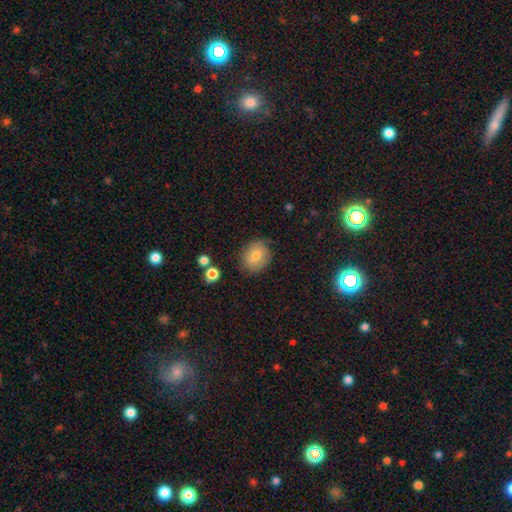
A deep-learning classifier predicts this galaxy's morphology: Smooth or featured? smooth (73%)
How rounded? round (71%)
Merging? none (80%)